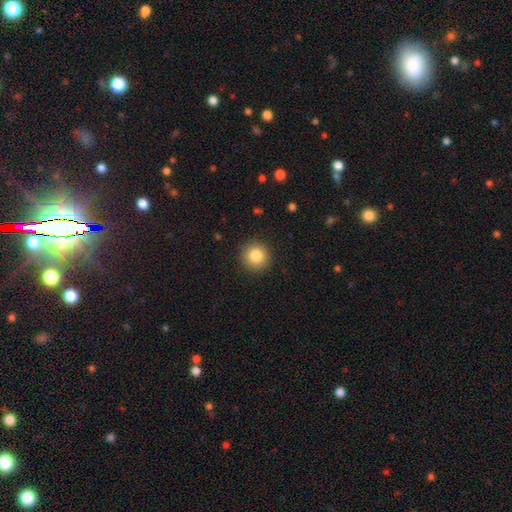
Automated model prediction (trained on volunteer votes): Overall: smooth (84%). How rounded: round (94%). Merging: none (91%).